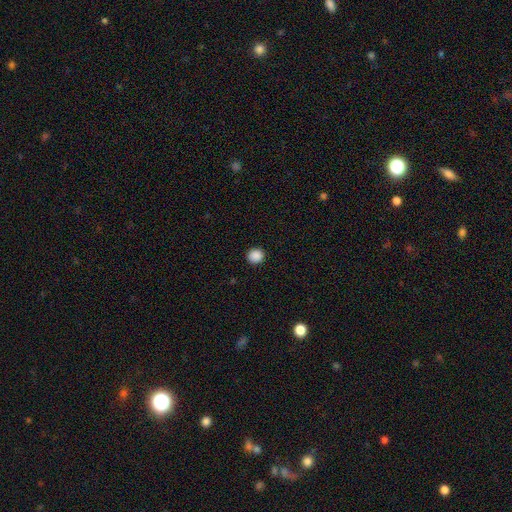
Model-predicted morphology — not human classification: A smooth galaxy with no disk features (88%) that is round (93%). Merging: none (92%).